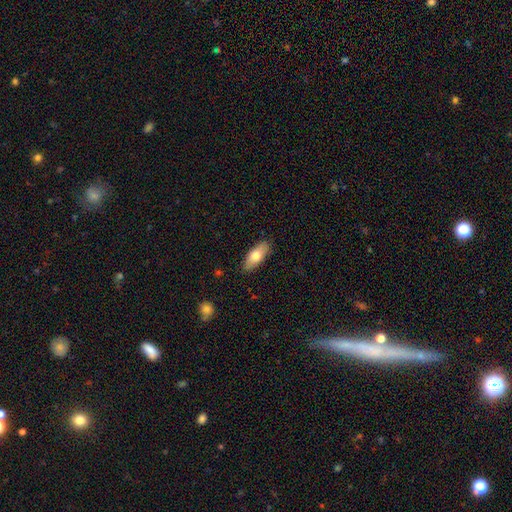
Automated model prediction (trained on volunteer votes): A smooth galaxy with no disk features (72%) that is in between round and cigar-shaped (79%). Merging: none (87%).